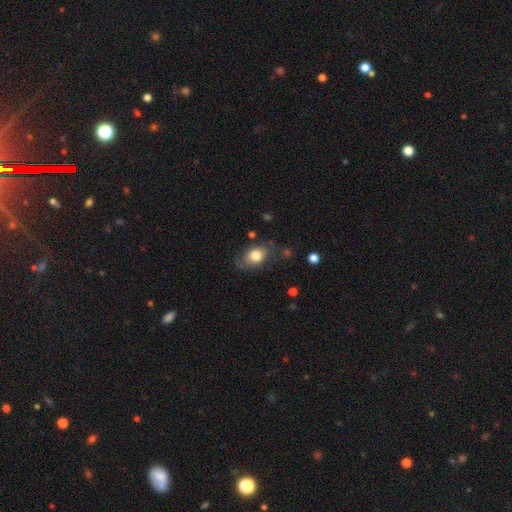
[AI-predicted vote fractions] A smooth galaxy with no disk features (67%) that is in between round and cigar-shaped (75%).

Vote fractions:
- Smooth or featured? smooth: 67% / featured or disk: 25% / star or artifact: 8%
- How rounded? in between: 75% / round: 23% / cigar-shaped: 2%
- Merging? none: 61% / minor disturbance: 25% / major disturbance: 12% / merger: 3%